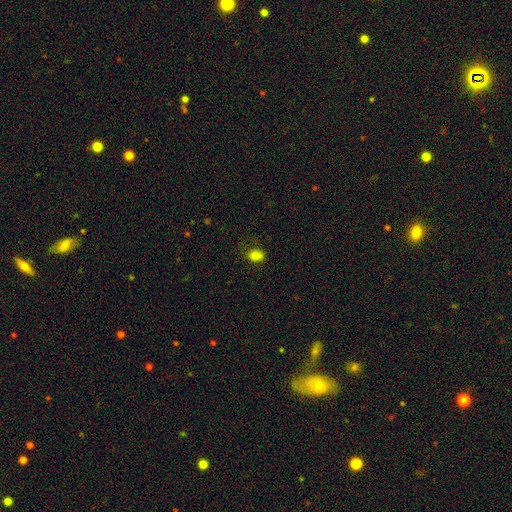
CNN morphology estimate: Q: Smooth or featured?
A: smooth (81%); runner-up: star or artifact (14%)
Q: How rounded?
A: in between (78%); runner-up: round (21%)
Q: Merging?
A: none (63%); runner-up: minor disturbance (25%)